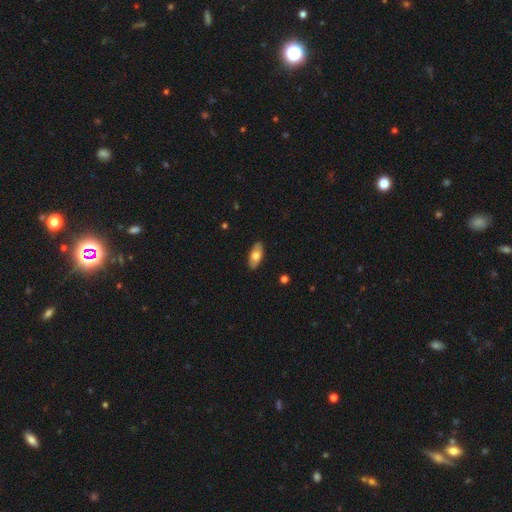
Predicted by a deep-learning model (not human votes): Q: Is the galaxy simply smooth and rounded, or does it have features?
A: smooth — 68%.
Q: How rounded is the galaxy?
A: in between — 88%.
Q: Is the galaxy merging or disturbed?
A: none — 88%.